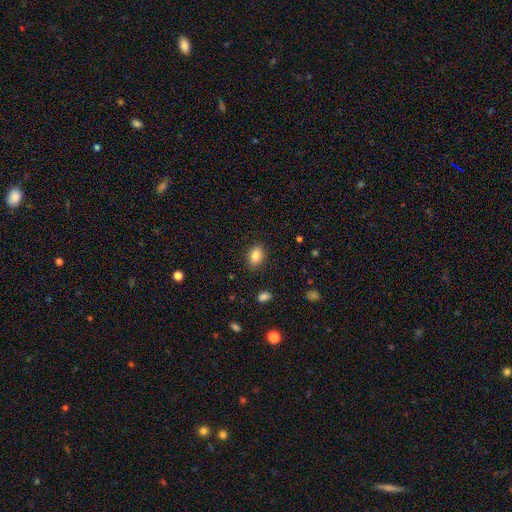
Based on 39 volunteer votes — smooth-or-featured: smooth: 85% | star or artifact: 10% | featured or disk: 5%
  how-rounded: in between: 82% | round: 18% | cigar-shaped: 0%
  merging: none: 71% | minor disturbance: 20% | merger: 6% | major disturbance: 3%